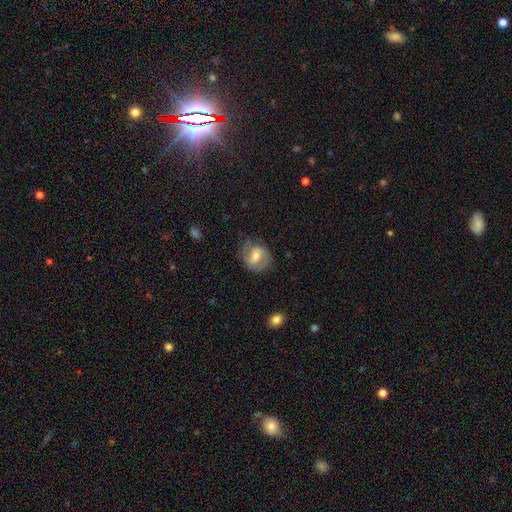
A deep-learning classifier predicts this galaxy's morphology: smooth-or-featured: featured or disk: 51% | smooth: 42% | star or artifact: 7%
  disk-edge-on: no: 96% | yes: 4%
  merging: none: 63% | minor disturbance: 24% | major disturbance: 12% | merger: 2%